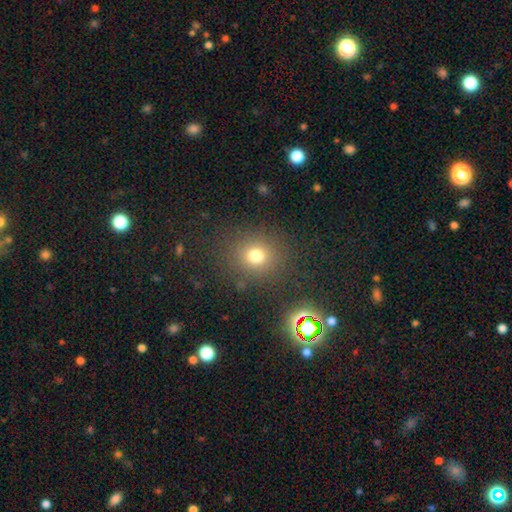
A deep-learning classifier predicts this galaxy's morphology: This is likely a smooth galaxy (74%). How rounded: clearly round (83%). Merging: clearly none (84%).